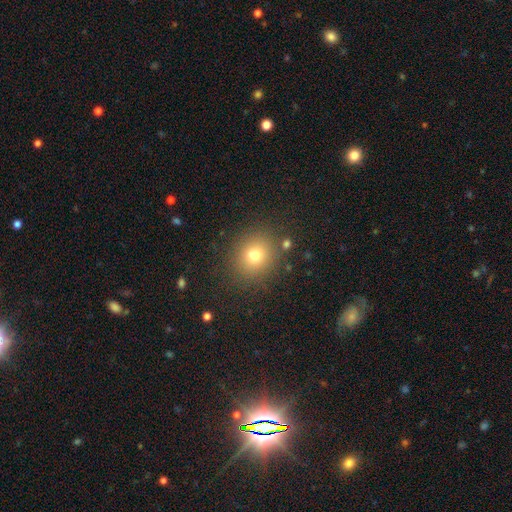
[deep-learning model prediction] This appears to be a smooth galaxy with no disk features (75%) that is round (77%). Merging: none (85%).